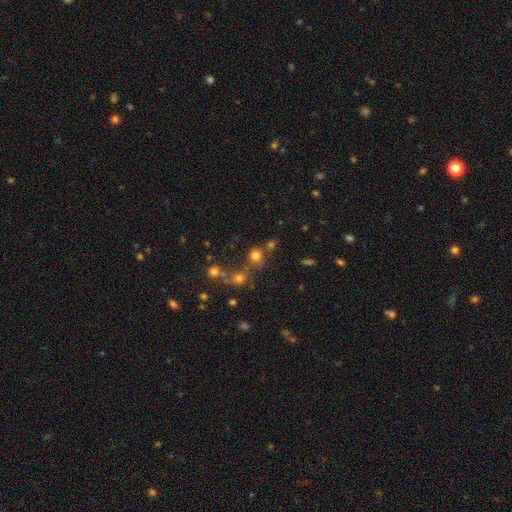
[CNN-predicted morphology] Smooth or featured: smooth — 74% (star or artifact — 18%)
How rounded: round — 82% (in between — 17%)
Merging: none — 63% (merger — 19%)